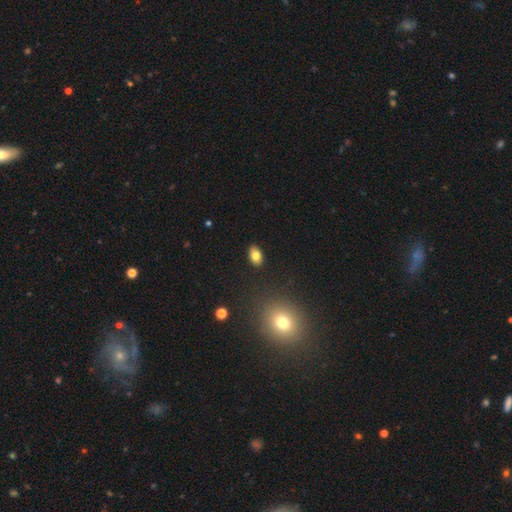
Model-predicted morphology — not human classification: Overall: smooth (80%). How rounded: in between (85%). Merging: none (88%).